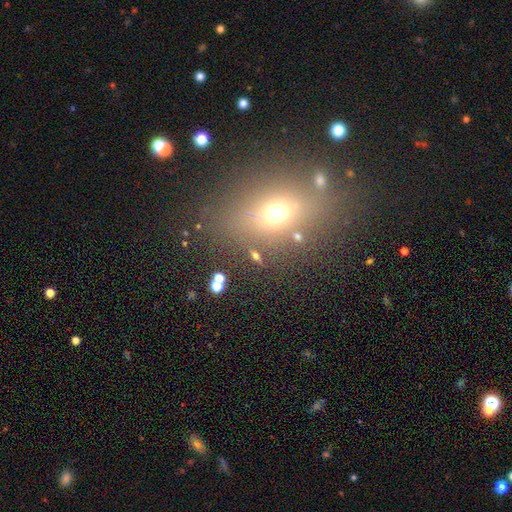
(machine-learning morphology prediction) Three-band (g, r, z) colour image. It shows a smooth galaxy with no disk features (51%) that is in between round and cigar-shaped (52%). Merging: none (77%).